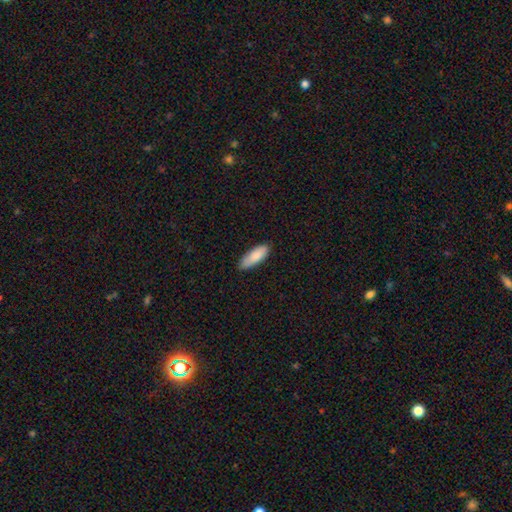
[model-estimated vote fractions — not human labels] Smooth or featured?
  - smooth: 86% *
  - featured or disk: 9%
  - star or artifact: 6%
How rounded?
  - in between: 68% *
  - cigar-shaped: 30%
  - round: 2%
Merging?
  - none: 84% *
  - minor disturbance: 13%
  - major disturbance: 2%
  - merger: 1%